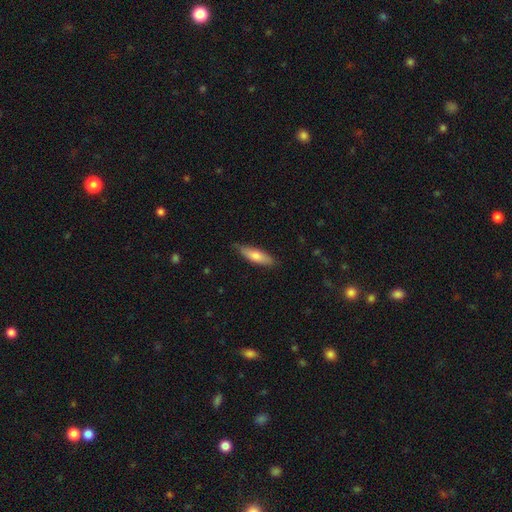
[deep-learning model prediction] Smooth or featured?
  - smooth: 72% *
  - featured or disk: 22%
  - star or artifact: 6%
How rounded?
  - cigar-shaped: 54% *
  - in between: 44%
  - round: 2%
Merging?
  - none: 79% *
  - minor disturbance: 18%
  - major disturbance: 2%
  - merger: 1%